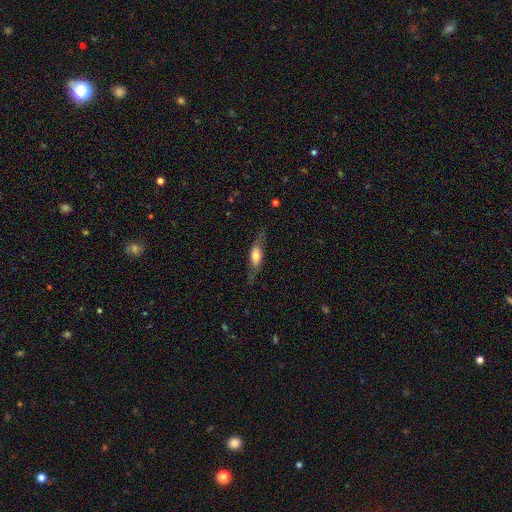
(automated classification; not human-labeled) This is possibly a featured or disk galaxy (47%). Merging: likely none (66%).